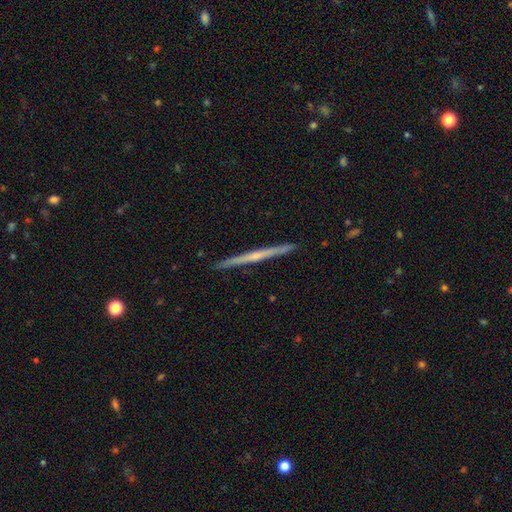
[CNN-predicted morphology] featured or disk 70%, smooth 24%, star or artifact 5%. Down the decision tree: edge-on disk — yes (98%); edge-on bulge — none (50%); merging — none (92%).